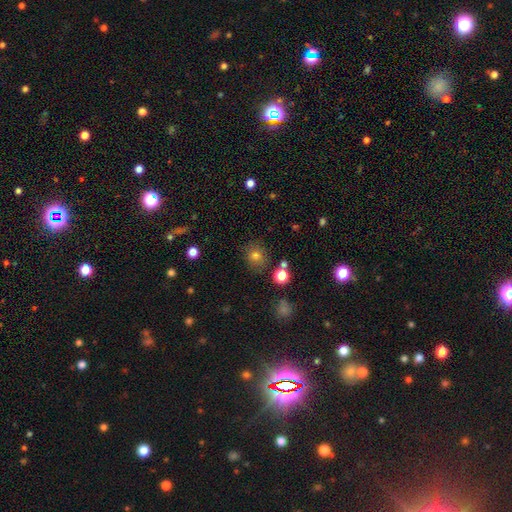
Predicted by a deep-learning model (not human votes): smooth_or_featured: smooth (p=0.77) [alt: star or artifact p=0.15]
how_rounded: round (p=0.84) [alt: in between p=0.15]
merging: none (p=0.81) [alt: minor disturbance p=0.10]